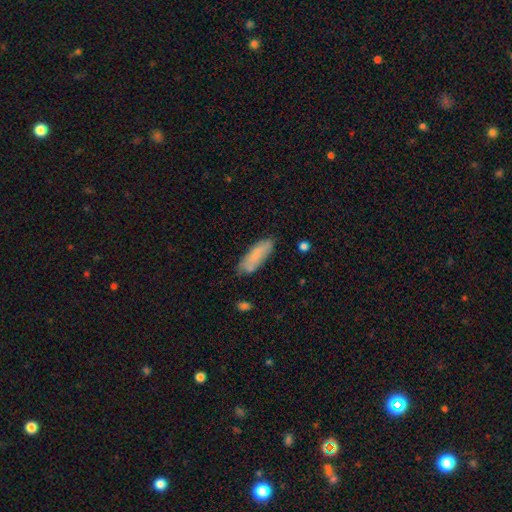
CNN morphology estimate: Smooth or featured? smooth (77%)
How rounded? in between (53%)
Merging? none (73%)